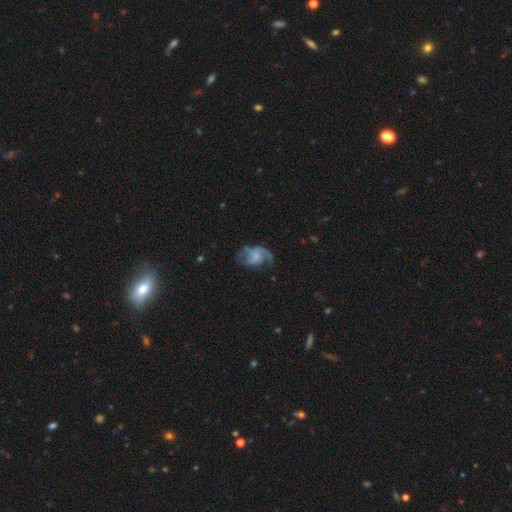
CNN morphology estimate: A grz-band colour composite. It shows a featured or disk galaxy (71%) with no bar (68%), 2 (57%) loose (42%, tied with medium) spiral arms (85%) and a small central bulge (49%). Merging: none (42%).